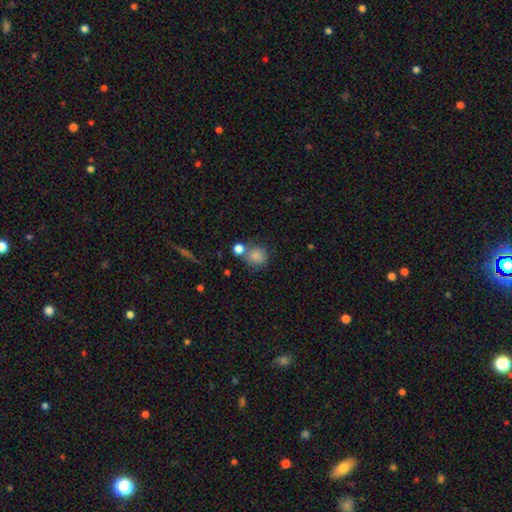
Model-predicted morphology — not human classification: smooth 83%, star or artifact 10%, featured or disk 7%. Down the decision tree: how rounded — round (84%); merging — none (59%).